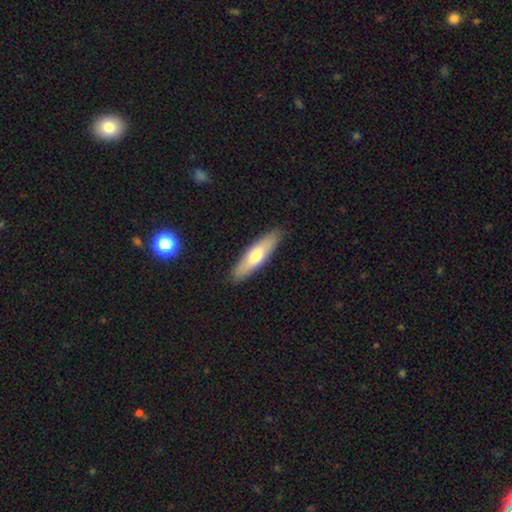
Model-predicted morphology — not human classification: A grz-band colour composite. It shows a smooth galaxy with no disk features (62%) that is cigar-shaped (64%). Merging: none (88%).